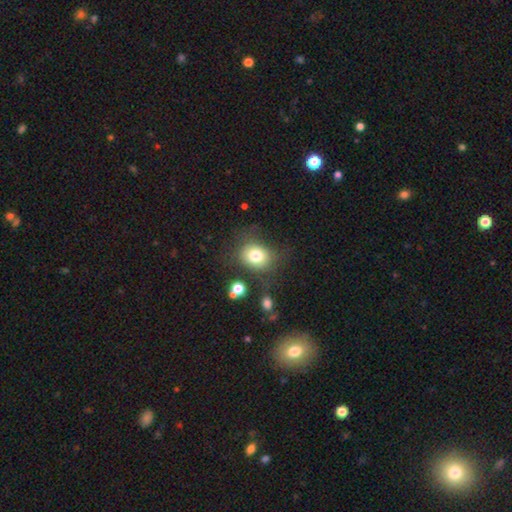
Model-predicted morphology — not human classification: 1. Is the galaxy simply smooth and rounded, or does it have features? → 78% smooth, 12% star or artifact, 11% featured or disk.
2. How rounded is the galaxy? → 65% round, 34% in between, 1% cigar-shaped.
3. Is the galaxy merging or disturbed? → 69% none, 17% minor disturbance, 9% major disturbance, 5% merger.